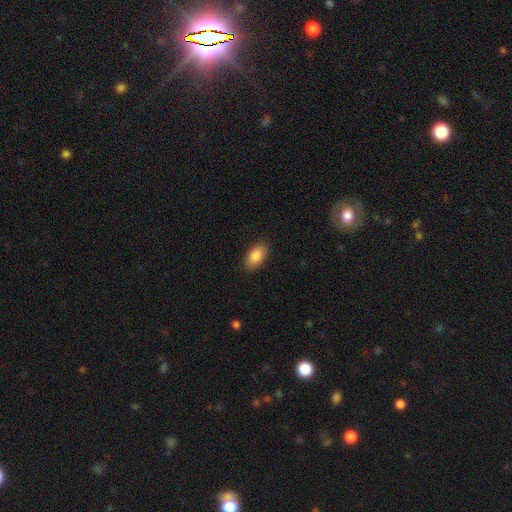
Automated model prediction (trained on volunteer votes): smooth_or_featured: smooth (p=0.85) [alt: featured or disk p=0.08]
how_rounded: in between (p=0.92) [alt: round p=0.05]
merging: none (p=0.87) [alt: minor disturbance p=0.10]